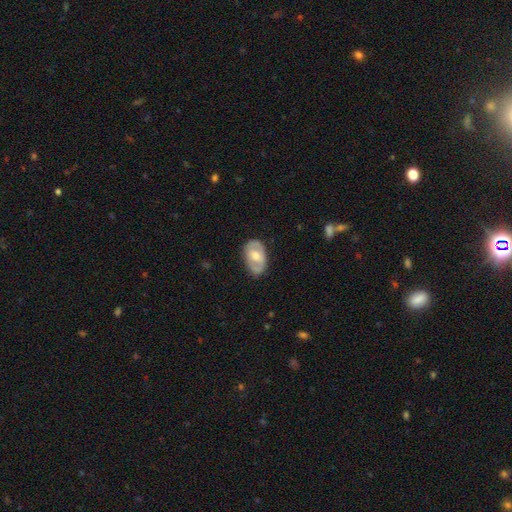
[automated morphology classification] Q: Smooth or featured?
A: featured or disk (52%); runner-up: smooth (42%)
Q: Edge-on disk?
A: no (92%); runner-up: yes (8%)
Q: Merging?
A: none (73%); runner-up: minor disturbance (20%)